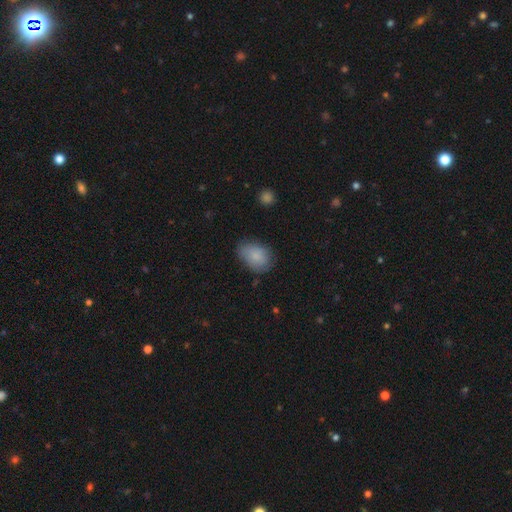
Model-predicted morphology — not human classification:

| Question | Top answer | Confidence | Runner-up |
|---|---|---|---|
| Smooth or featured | smooth | 84% | featured or disk (9%) |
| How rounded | in between | 79% | round (20%) |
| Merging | none | 66% | minor disturbance (26%) |